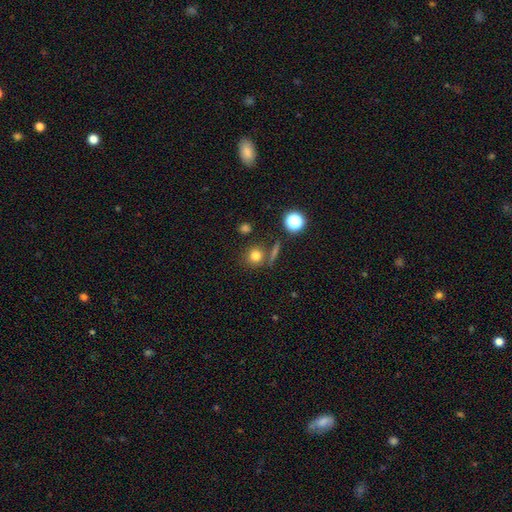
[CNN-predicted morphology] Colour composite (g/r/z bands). It shows a smooth galaxy with no disk features (78%) that is round (88%). Merging: none (76%).